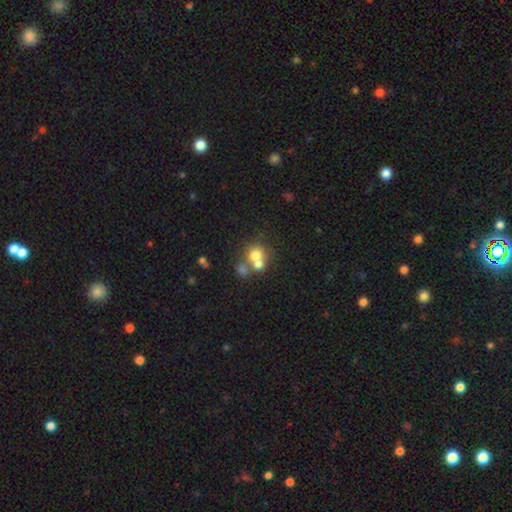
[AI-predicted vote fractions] smooth_or_featured: smooth (p=0.66) [alt: featured or disk p=0.19]
how_rounded: round (p=0.82) [alt: in between p=0.17]
merging: merger (p=0.51) [alt: none p=0.38]